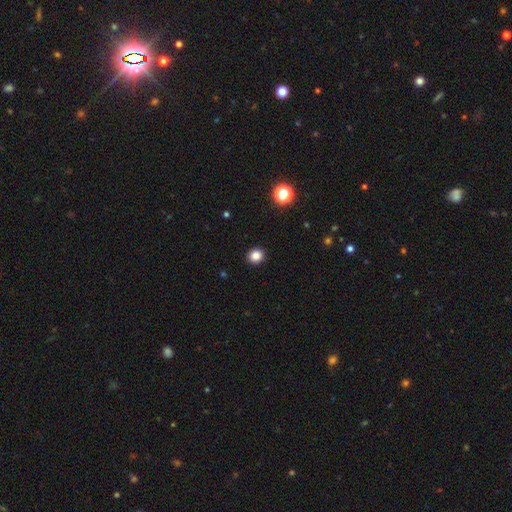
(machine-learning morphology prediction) The model was most divided on "how rounded": round: 83%, in between: 17%, cigar-shaped: 1%. More confident: merging — none (93%); smooth or featured — smooth (84%).